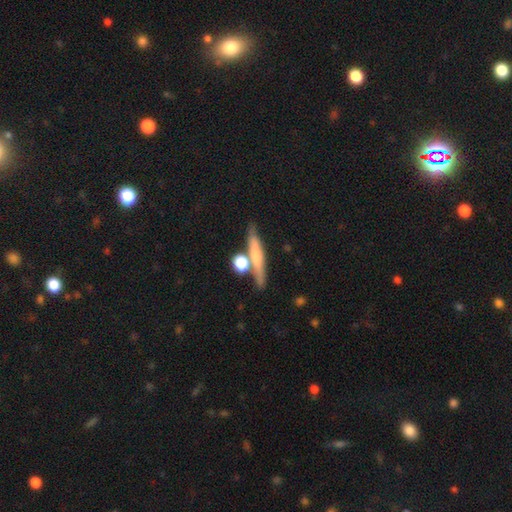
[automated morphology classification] A smooth galaxy with no disk features (53%) that is cigar-shaped (74%).

Vote fractions:
- Smooth or featured? smooth: 53% / featured or disk: 39% / star or artifact: 8%
- How rounded? cigar-shaped: 74% / in between: 14% / round: 11%
- Merging? none: 65% / merger: 18% / minor disturbance: 12% / major disturbance: 5%